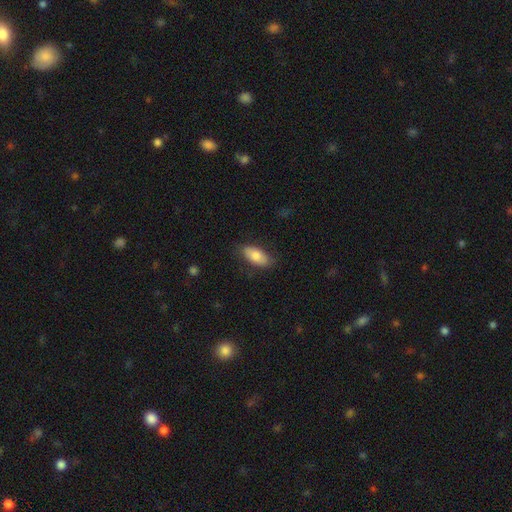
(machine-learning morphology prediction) This appears to be a smooth galaxy with no disk features (80%) that is in between round and cigar-shaped (87%). Merging: none (80%).